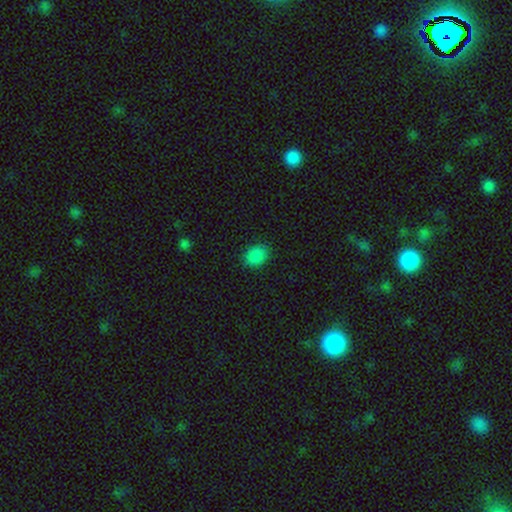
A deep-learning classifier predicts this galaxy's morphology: Smooth or featured? Predicted: smooth (p=0.86). How rounded? Predicted: in between (p=0.64). Merging? Predicted: none (p=0.85).